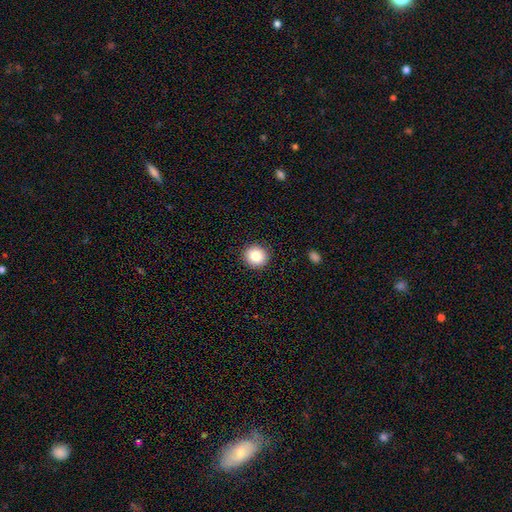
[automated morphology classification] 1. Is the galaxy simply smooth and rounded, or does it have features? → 85% smooth, 9% star or artifact, 6% featured or disk.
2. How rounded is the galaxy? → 90% round, 9% in between, 1% cigar-shaped.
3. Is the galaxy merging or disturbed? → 91% none, 6% minor disturbance, 2% major disturbance, 1% merger.